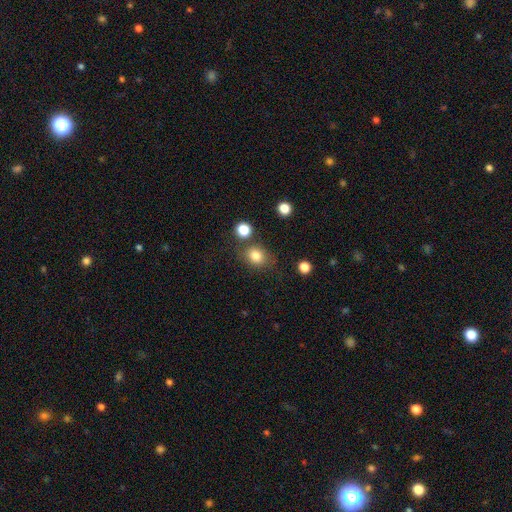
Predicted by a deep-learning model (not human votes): A smooth galaxy with no disk features (82%) that is round (59%). Merging: none (71%).